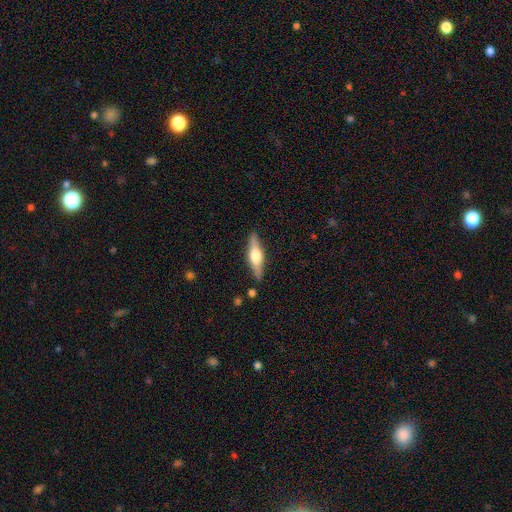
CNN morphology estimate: Smooth or featured? Predicted: featured or disk (p=0.62). Edge-on disk? Predicted: yes (p=0.96). Edge-on bulge? Predicted: rounded (p=0.91). Merging? Predicted: none (p=0.87).